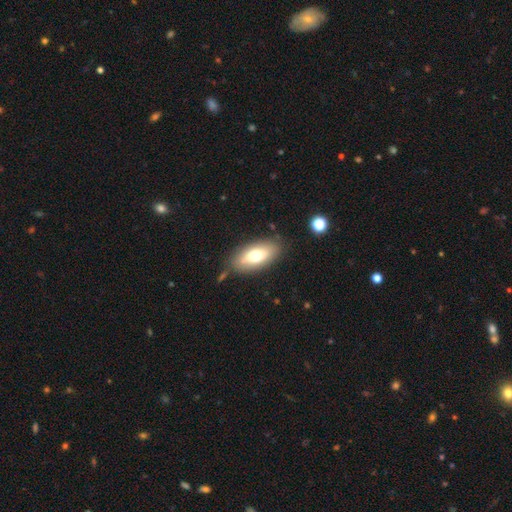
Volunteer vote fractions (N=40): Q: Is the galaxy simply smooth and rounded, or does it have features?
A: smooth — 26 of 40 (65%).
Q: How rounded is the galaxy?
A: in between — 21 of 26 (81%).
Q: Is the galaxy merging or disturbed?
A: none — 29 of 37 (78%).